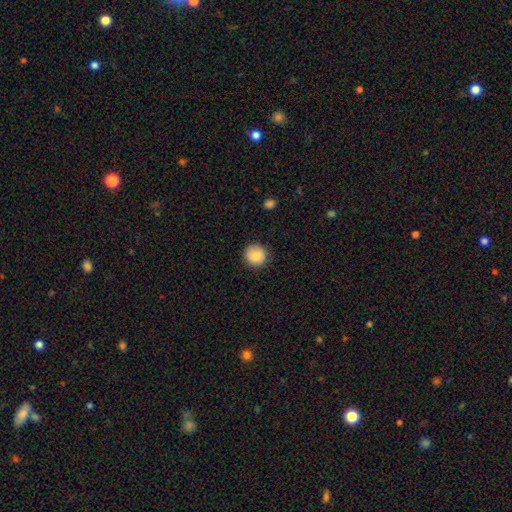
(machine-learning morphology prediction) smooth_or_featured: smooth (p=0.87) [alt: star or artifact p=0.08]
how_rounded: round (p=0.93) [alt: in between p=0.06]
merging: none (p=0.88) [alt: minor disturbance p=0.08]